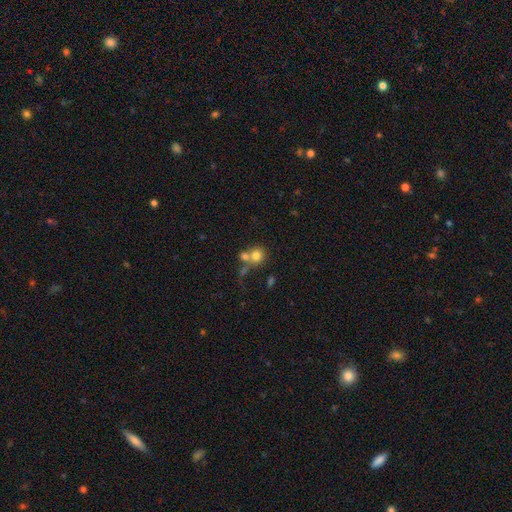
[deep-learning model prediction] A smooth galaxy with no disk features (74%) that is round (82%). Merging: merger (47%).